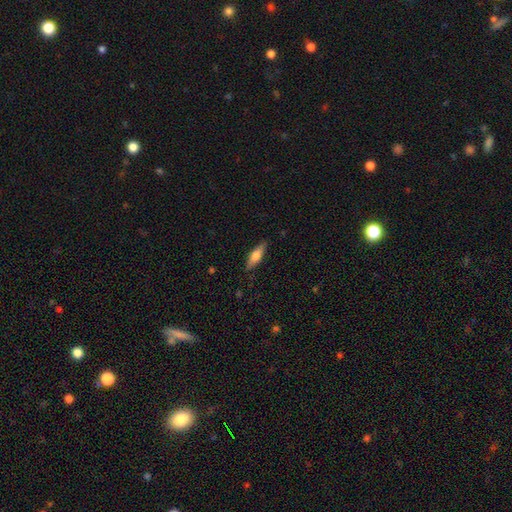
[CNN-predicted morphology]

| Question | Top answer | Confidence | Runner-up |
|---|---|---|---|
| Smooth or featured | smooth | 56% | featured or disk (38%) |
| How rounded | cigar-shaped | 57% | in between (40%) |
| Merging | none | 86% | minor disturbance (11%) |